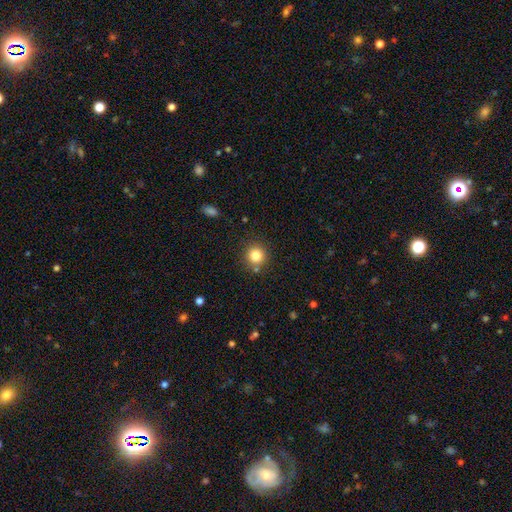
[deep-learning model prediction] smooth 83%, star or artifact 12%, featured or disk 6%. Down the decision tree: how rounded — round (93%); merging — none (84%).